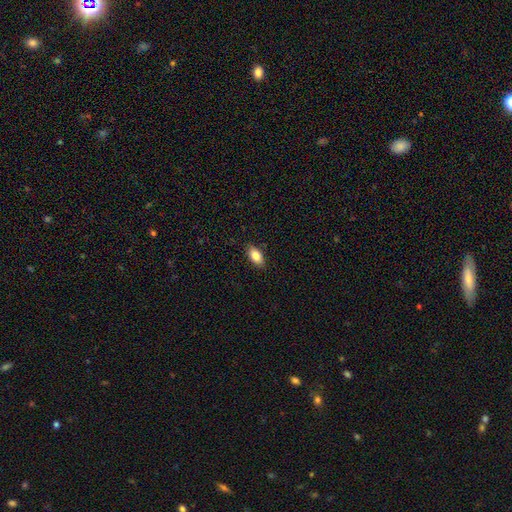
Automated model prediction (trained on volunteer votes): Smooth or featured?
  - smooth: 83% *
  - featured or disk: 9%
  - star or artifact: 7%
How rounded?
  - in between: 90% *
  - cigar-shaped: 5%
  - round: 4%
Merging?
  - none: 88% *
  - minor disturbance: 9%
  - major disturbance: 2%
  - merger: 1%